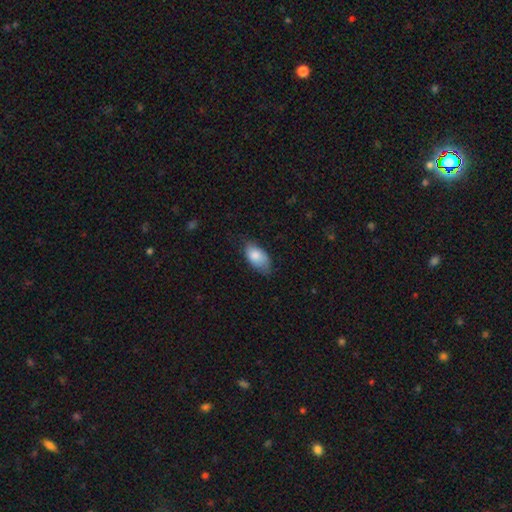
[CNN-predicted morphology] This is clearly a smooth galaxy (84%). How rounded: clearly in between (93%). Merging: likely none (63%).